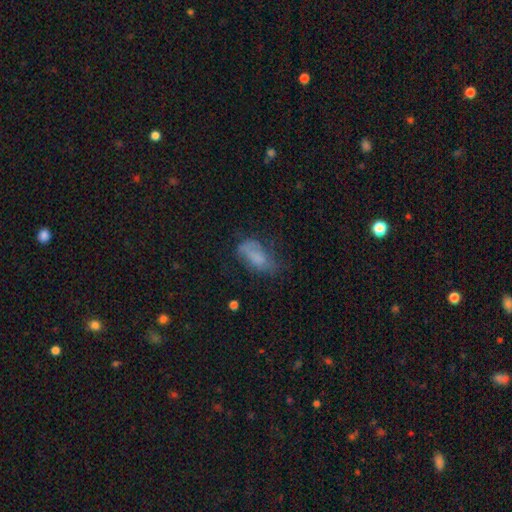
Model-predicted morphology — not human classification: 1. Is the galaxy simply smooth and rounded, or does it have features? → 65% smooth, 23% featured or disk, 12% star or artifact.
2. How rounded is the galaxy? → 86% in between, 9% cigar-shaped, 4% round.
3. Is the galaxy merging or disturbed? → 42% none, 30% minor disturbance, 24% major disturbance, 3% merger.